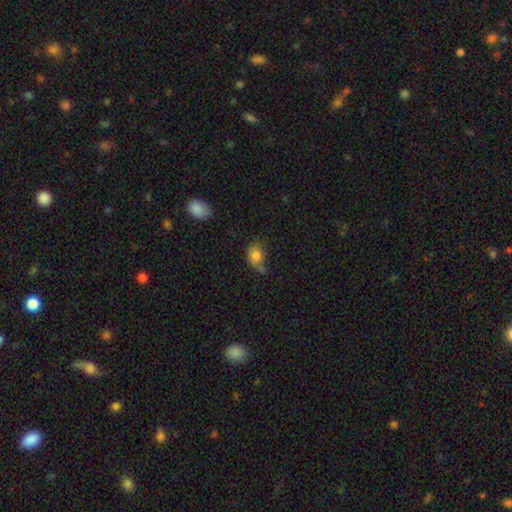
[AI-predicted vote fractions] smooth-or-featured: smooth: 78% | featured or disk: 12% | star or artifact: 10%
  how-rounded: in between: 63% | round: 35% | cigar-shaped: 2%
  merging: none: 33% | minor disturbance: 31% | major disturbance: 23% | merger: 12%